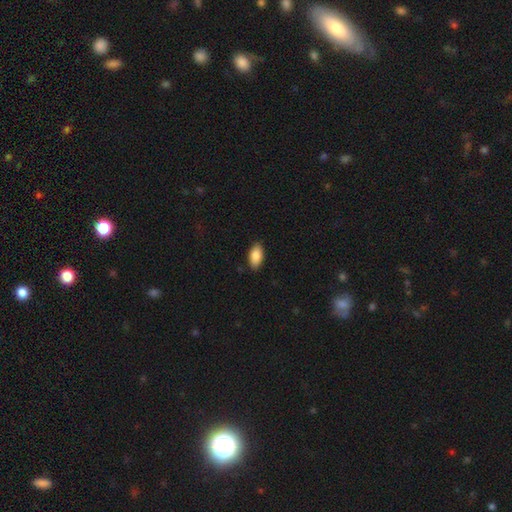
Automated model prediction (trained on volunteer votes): Smooth or featured: smooth — 88% (star or artifact — 7%)
How rounded: in between — 94% (cigar-shaped — 3%)
Merging: none — 87% (minor disturbance — 10%)